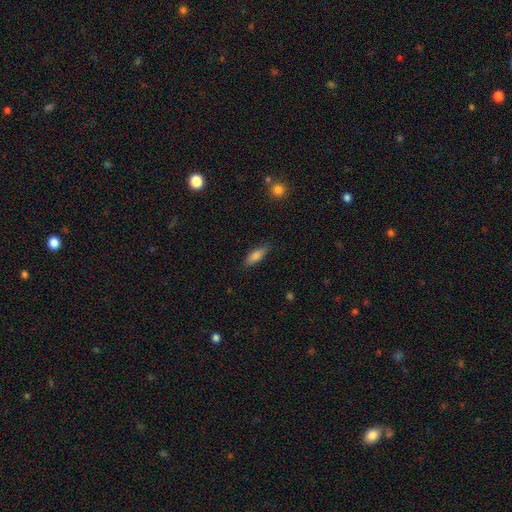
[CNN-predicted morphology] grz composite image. It shows a smooth galaxy with no disk features (77%) that is in between round and cigar-shaped (54%). Merging: none (84%).